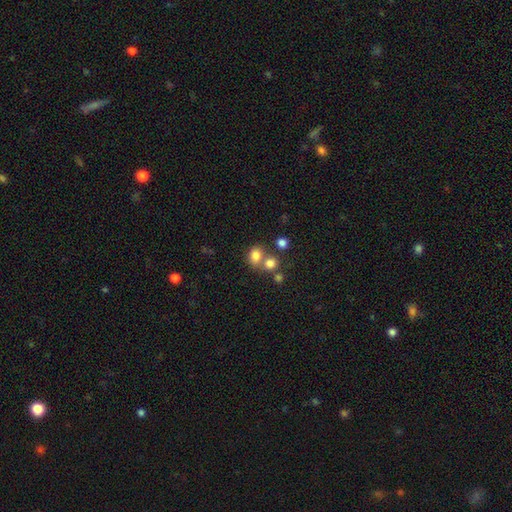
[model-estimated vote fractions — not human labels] The model was most divided on "merging": none: 49%, merger: 37%, minor disturbance: 10%, major disturbance: 4%. More confident: smooth or featured — smooth (78%); how rounded — round (56%).